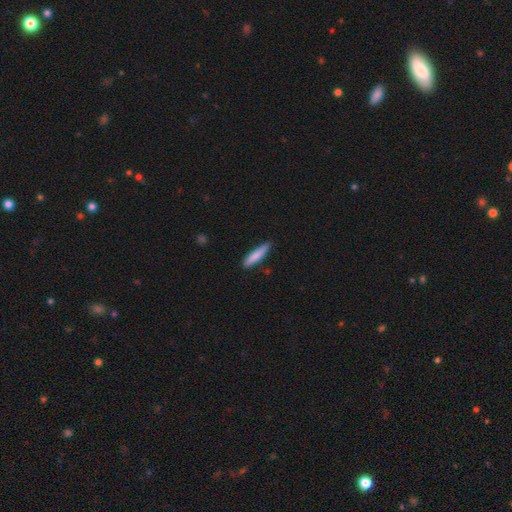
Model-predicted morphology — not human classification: A smooth galaxy with no disk features (81%) that is cigar-shaped (84%). Merging: none (83%).